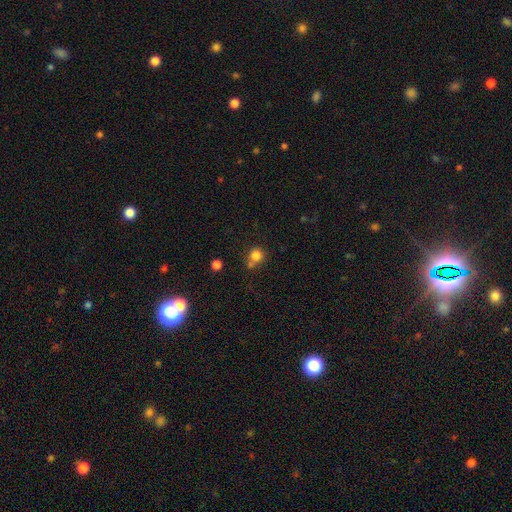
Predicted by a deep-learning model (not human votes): Smooth or featured? smooth (81%)
How rounded? round (89%)
Merging? none (61%)